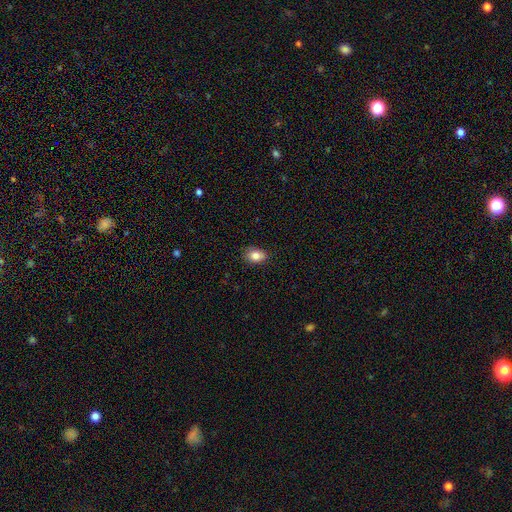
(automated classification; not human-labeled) smooth 83%, star or artifact 9%, featured or disk 8%. Down the decision tree: how rounded — in between (76%); merging — none (83%).